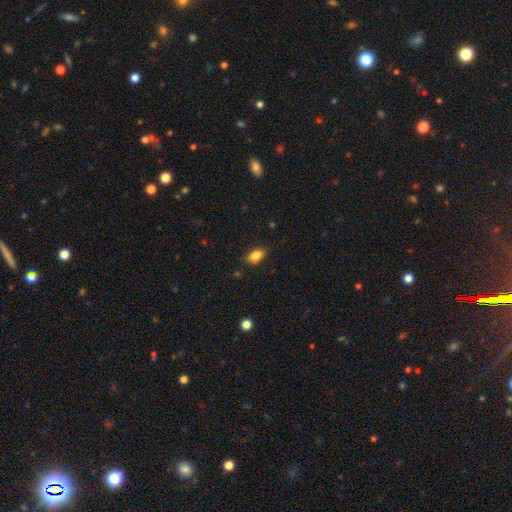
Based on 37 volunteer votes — A smooth galaxy with no disk features (92%) that is in between round and cigar-shaped (94%). Merging: none (86%).